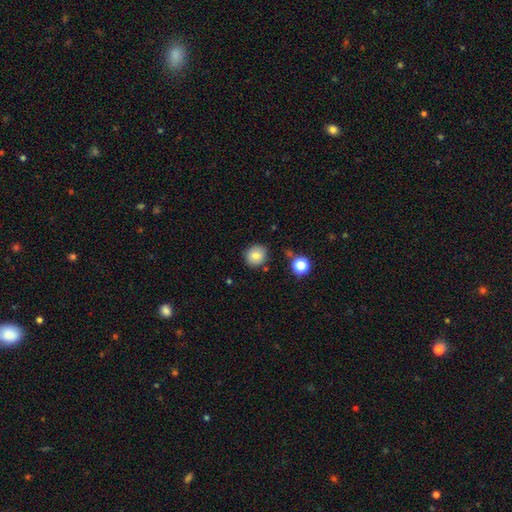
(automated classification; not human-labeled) smooth-or-featured: smooth: 81% | star or artifact: 10% | featured or disk: 9%
  how-rounded: round: 86% | in between: 13% | cigar-shaped: 1%
  merging: none: 84% | minor disturbance: 10% | merger: 3% | major disturbance: 2%